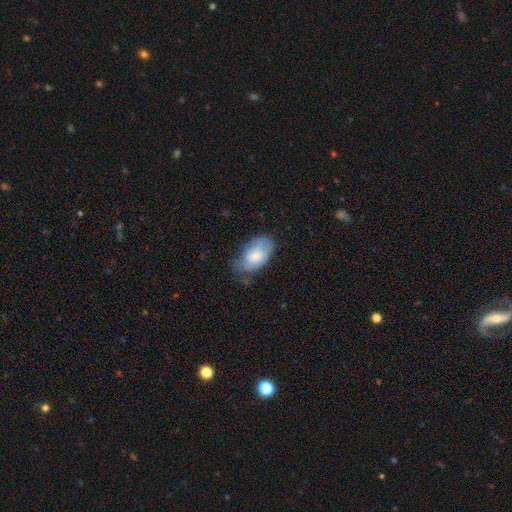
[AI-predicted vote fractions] A smooth galaxy with no disk features (73%) that is in between round and cigar-shaped (93%). Merging: none (52%).